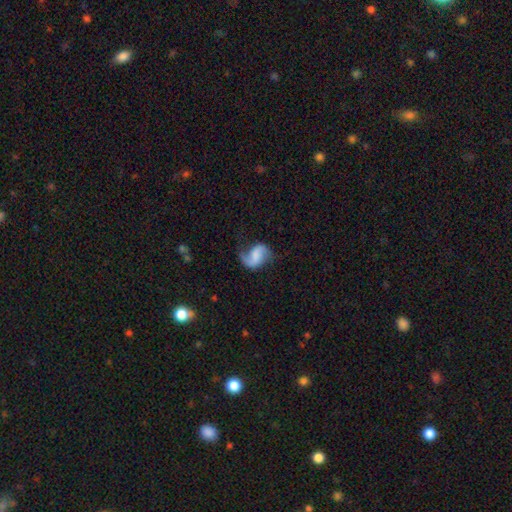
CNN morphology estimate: This is likely a featured or disk galaxy (75%). It is clearly not viewed edge-on (98%). Bar: marginally weak (41%). Spiral arm pattern: clearly yes (95%). Spiral arm count: likely 2 (76%). Spiral winding: likely loose (62%). Central bulge: possibly none (52%). Merging: possibly none (59%).